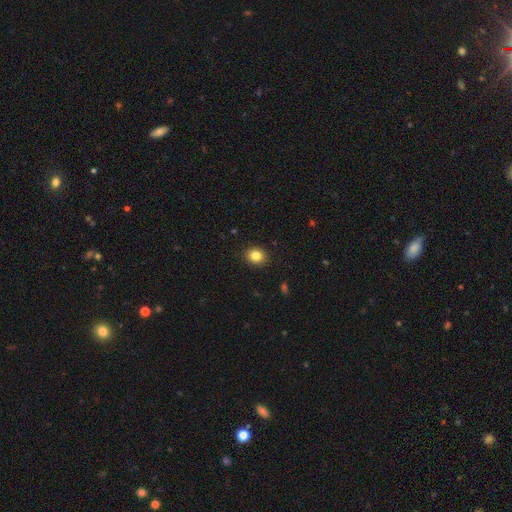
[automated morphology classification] This is clearly a smooth galaxy (84%). How rounded: likely round (66%). Merging: clearly none (91%).